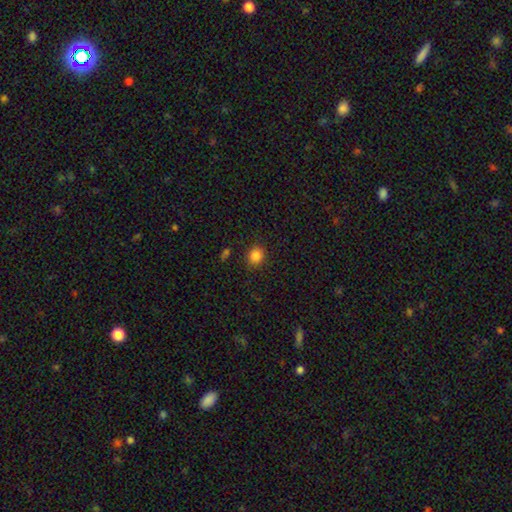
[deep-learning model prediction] Smooth or featured? Predicted: smooth (p=0.84). How rounded? Predicted: round (p=0.76). Merging? Predicted: none (p=0.86).